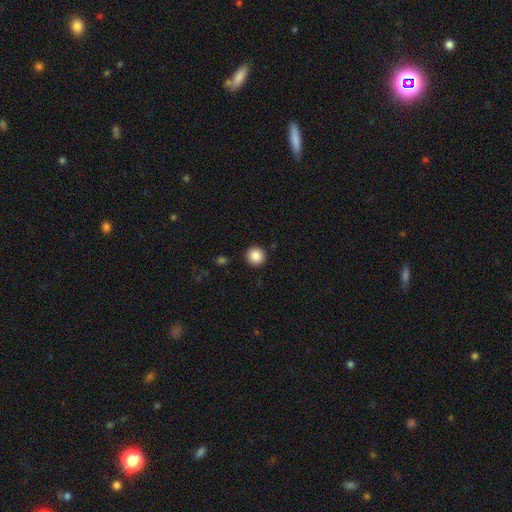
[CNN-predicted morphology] A smooth galaxy with no disk features (87%) that is round (95%).

Vote fractions:
- Smooth or featured? smooth: 87% / star or artifact: 9% / featured or disk: 4%
- How rounded? round: 95% / in between: 4% / cigar-shaped: 1%
- Merging? none: 92% / minor disturbance: 5% / major disturbance: 2% / merger: 1%